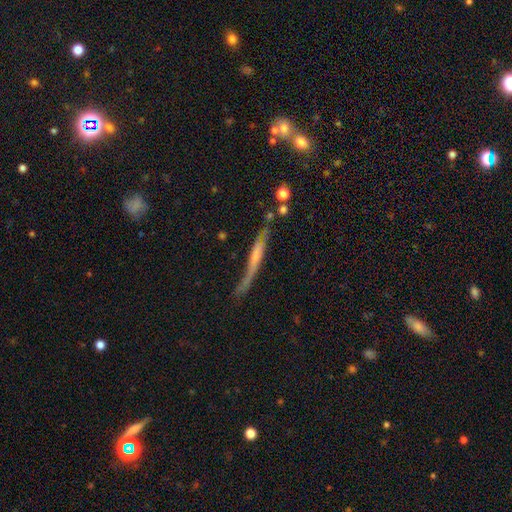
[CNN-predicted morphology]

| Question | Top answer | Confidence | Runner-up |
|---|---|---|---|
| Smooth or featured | featured or disk | 64% | smooth (28%) |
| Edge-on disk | yes | 83% | no (17%) |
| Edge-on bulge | none | 51% | rounded (36%) |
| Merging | none | 52% | minor disturbance (28%) |